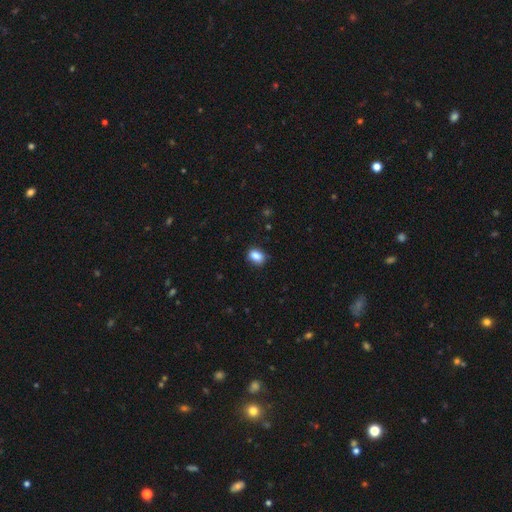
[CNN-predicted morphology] This is clearly a smooth galaxy (86%). How rounded: likely in between (69%). Merging: clearly none (82%).